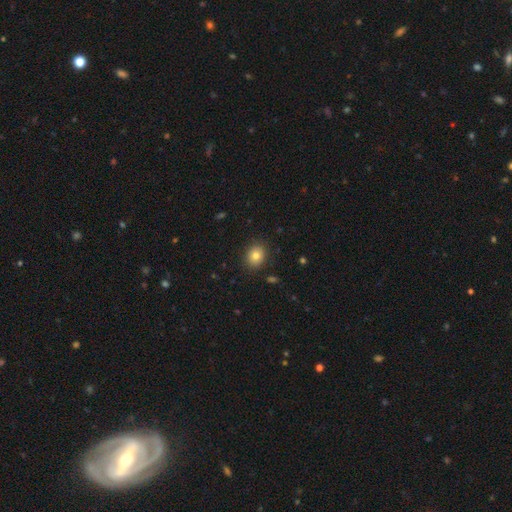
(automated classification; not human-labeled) smooth_or_featured: smooth (p=0.80) [alt: star or artifact p=0.11]
how_rounded: round (p=0.60) [alt: in between p=0.40]
merging: none (p=0.88) [alt: minor disturbance p=0.08]